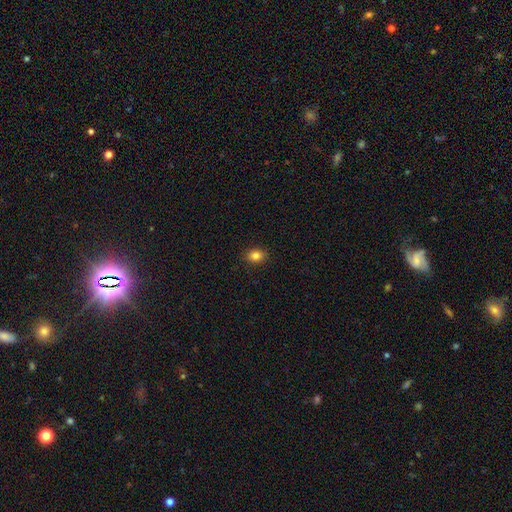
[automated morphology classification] Smooth or featured? smooth (84%)
How rounded? in between (58%)
Merging? none (90%)